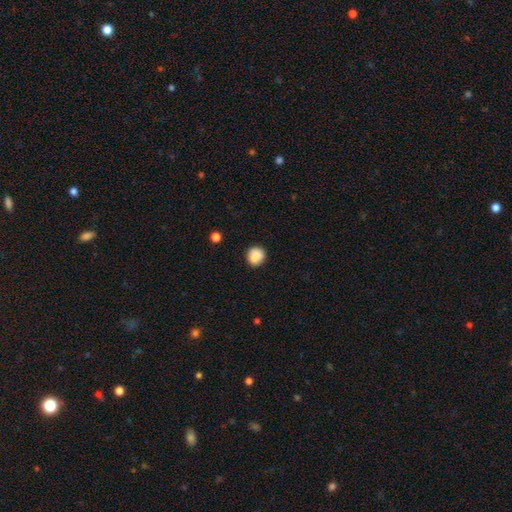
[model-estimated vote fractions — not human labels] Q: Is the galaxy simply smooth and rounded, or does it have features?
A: smooth — 87%.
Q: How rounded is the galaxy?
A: round — 88%.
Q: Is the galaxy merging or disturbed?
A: none — 83%.